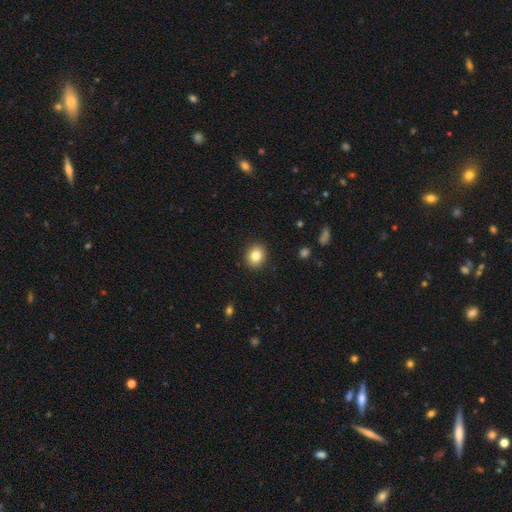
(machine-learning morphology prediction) type=smooth (82%); roundness=round (70%); merging=none (91%).